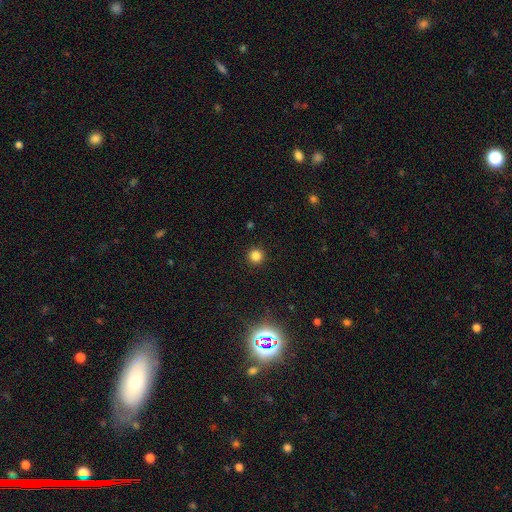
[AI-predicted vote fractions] Q: Smooth or featured?
A: smooth (83%); runner-up: star or artifact (13%)
Q: How rounded?
A: round (96%); runner-up: in between (3%)
Q: Merging?
A: none (93%); runner-up: minor disturbance (4%)